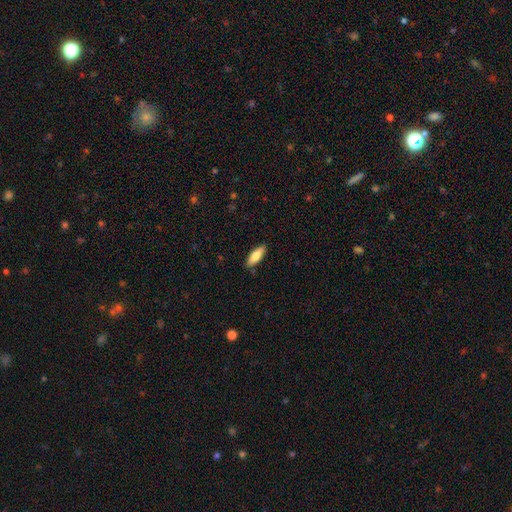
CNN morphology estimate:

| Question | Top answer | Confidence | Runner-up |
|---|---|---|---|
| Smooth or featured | smooth | 78% | featured or disk (17%) |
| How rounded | in between | 60% | cigar-shaped (38%) |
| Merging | none | 87% | minor disturbance (10%) |